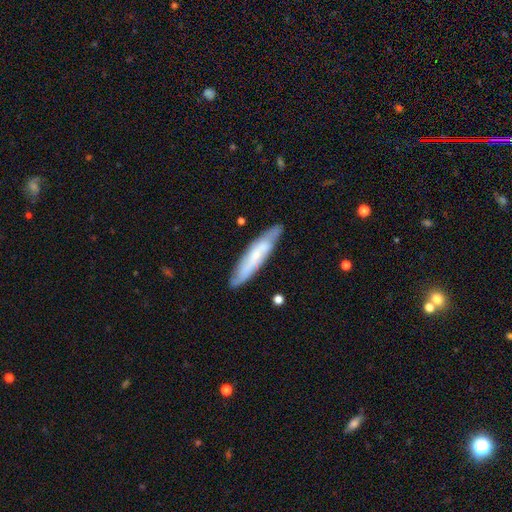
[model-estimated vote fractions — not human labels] Smooth or featured: featured or disk — 47% (smooth — 46%)
Merging: none — 80% (minor disturbance — 15%)